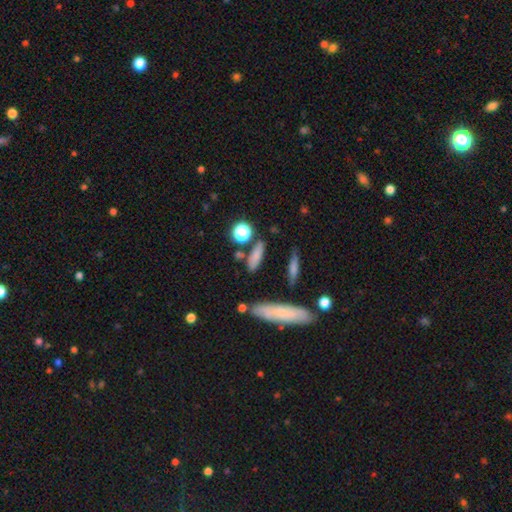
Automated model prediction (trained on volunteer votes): Morphology: type=smooth (75%); roundness=cigar-shaped (50%); merging=none (76%).